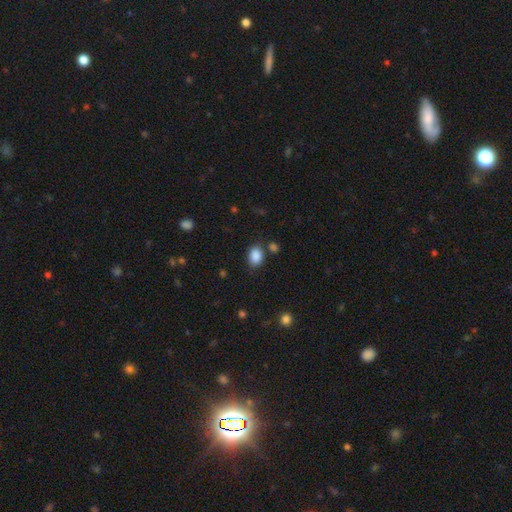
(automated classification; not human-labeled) This appears to be a smooth galaxy with no disk features (87%) that is in between round and cigar-shaped (68%). Merging: none (77%).